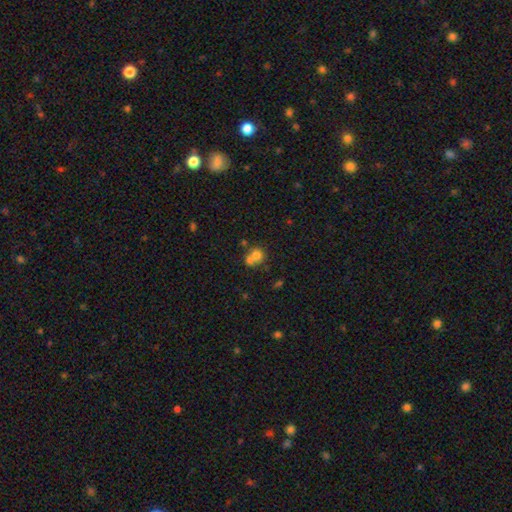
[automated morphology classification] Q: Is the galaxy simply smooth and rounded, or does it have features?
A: smooth — 71%.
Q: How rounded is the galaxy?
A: round — 77%.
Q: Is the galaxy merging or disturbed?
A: merger — 56%.